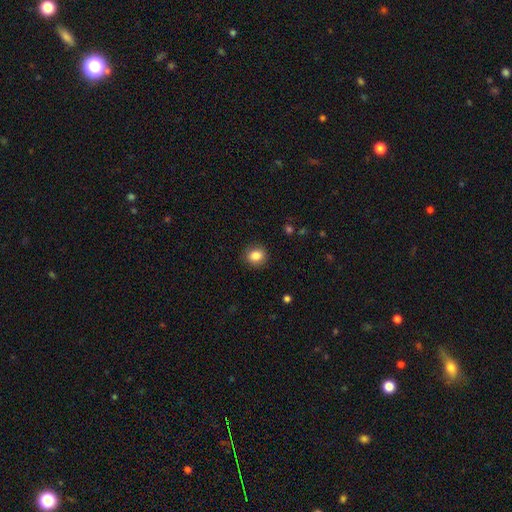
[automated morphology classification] Smooth or featured? smooth (86%)
How rounded? round (73%)
Merging? none (88%)